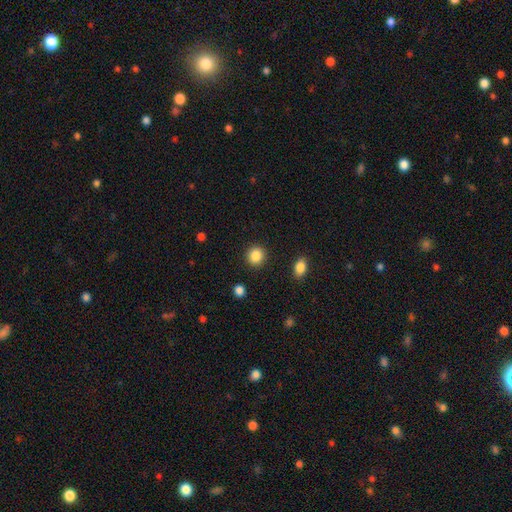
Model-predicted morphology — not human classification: This is clearly a smooth galaxy (87%). How rounded: clearly round (89%). Merging: clearly none (91%).